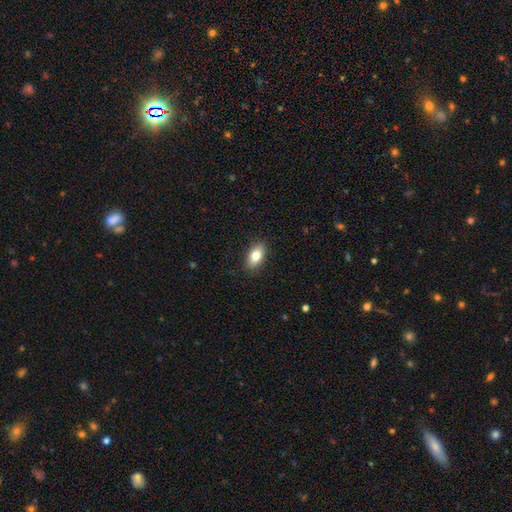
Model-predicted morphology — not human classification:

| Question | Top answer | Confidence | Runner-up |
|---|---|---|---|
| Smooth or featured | smooth | 79% | featured or disk (13%) |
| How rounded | in between | 90% | round (6%) |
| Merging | none | 89% | minor disturbance (8%) |